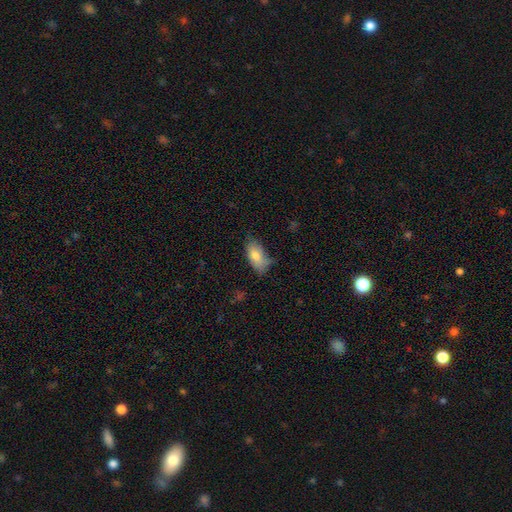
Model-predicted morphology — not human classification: Smooth or featured? smooth (78%)
How rounded? in between (91%)
Merging? none (56%)